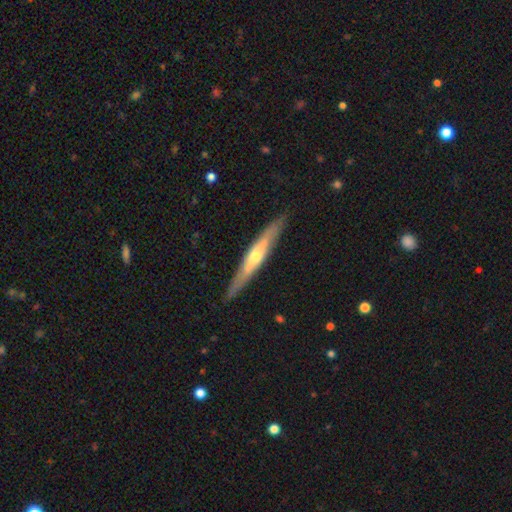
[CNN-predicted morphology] Overall: featured or disk (66%; smooth 29%). Edge-on disk: yes (93%). Edge-on bulge: rounded (82%). Merging: none (89%).